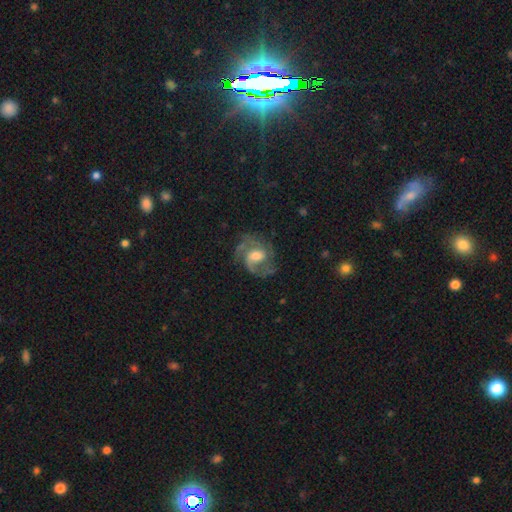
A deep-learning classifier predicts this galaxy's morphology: Smooth or featured? Predicted: featured or disk (p=0.85). Edge-on disk? Predicted: no (p=0.98). Bar? Predicted: weak (p=0.47). Spiral arms? Predicted: yes (p=0.96). Spiral winding? Predicted: medium (p=0.55). Spiral arm count? Predicted: 2 (p=0.58). Bulge size? Predicted: moderate (p=0.64). Merging? Predicted: none (p=0.71).